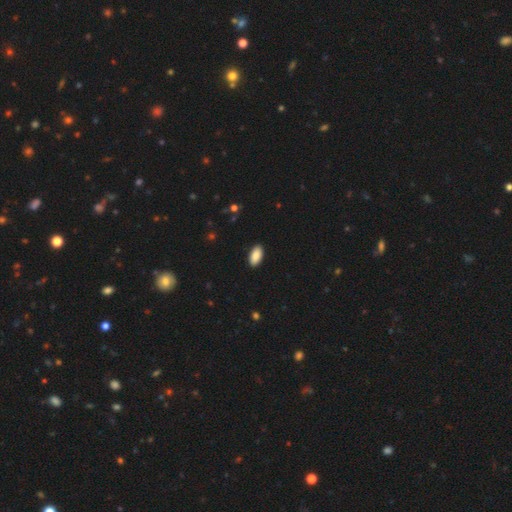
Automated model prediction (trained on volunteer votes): smooth_or_featured: smooth (p=0.90) [alt: star or artifact p=0.06]
how_rounded: in between (p=0.94) [alt: cigar-shaped p=0.04]
merging: none (p=0.90) [alt: minor disturbance p=0.07]